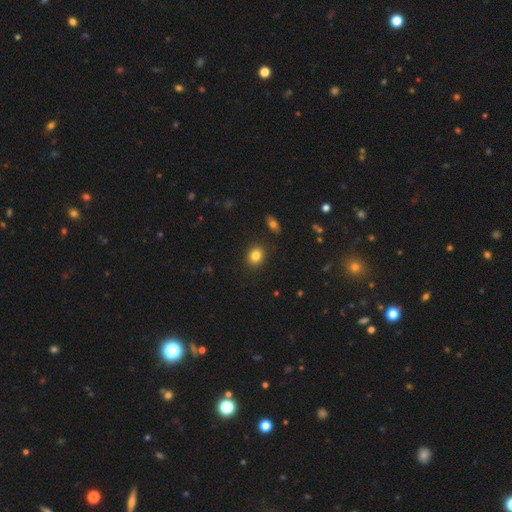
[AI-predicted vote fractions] Smooth or featured: smooth — 83% (star or artifact — 10%)
How rounded: round — 64% (in between — 35%)
Merging: none — 88% (minor disturbance — 8%)